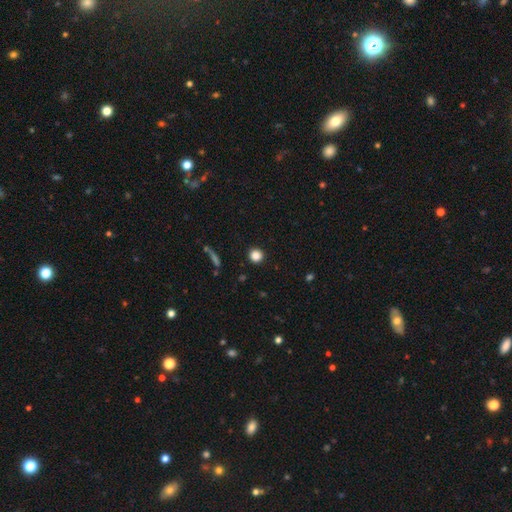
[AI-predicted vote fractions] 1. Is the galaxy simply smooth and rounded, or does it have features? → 85% smooth, 11% star or artifact, 4% featured or disk.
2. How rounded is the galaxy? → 93% round, 5% in between, 1% cigar-shaped.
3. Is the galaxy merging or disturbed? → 92% none, 5% minor disturbance, 2% major disturbance, 1% merger.